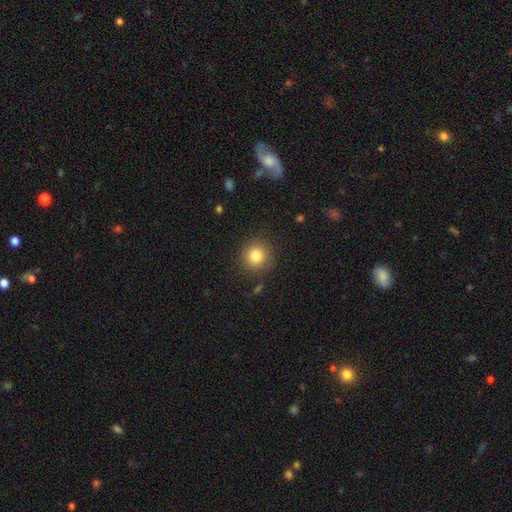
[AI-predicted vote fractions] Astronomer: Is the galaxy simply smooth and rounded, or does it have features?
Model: smooth — 82%.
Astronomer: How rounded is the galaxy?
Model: round — 92%.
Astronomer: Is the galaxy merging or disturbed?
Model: none — 87%.